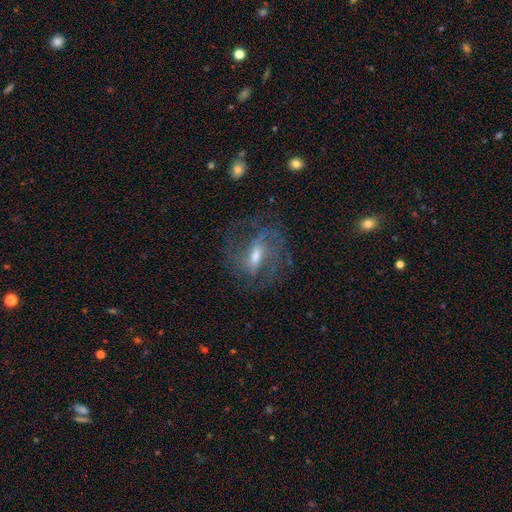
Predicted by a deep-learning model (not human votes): Q: Smooth or featured?
A: featured or disk (79%); runner-up: smooth (13%)
Q: Edge-on disk?
A: no (95%); runner-up: yes (5%)
Q: Bar?
A: weak (53%); runner-up: strong (28%)
Q: Spiral arms?
A: yes (90%); runner-up: no (10%)
Q: Spiral winding?
A: medium (49%); runner-up: tight (27%)
Q: Spiral arm count?
A: 2 (45%); runner-up: can't tell (24%)
Q: Bulge size?
A: moderate (58%); runner-up: small (29%)
Q: Merging?
A: none (61%); runner-up: major disturbance (20%)